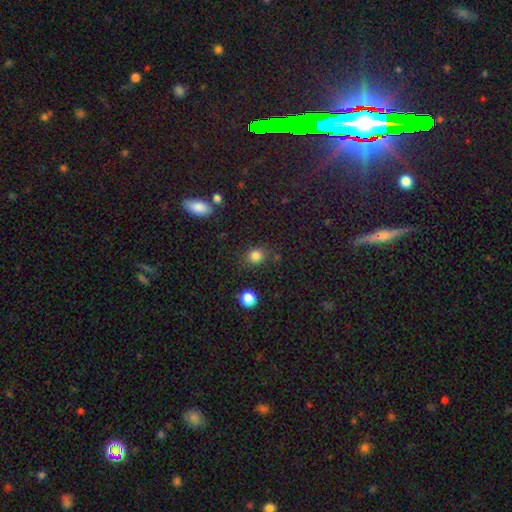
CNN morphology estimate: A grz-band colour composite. It shows a smooth galaxy with no disk features (82%) that is round (68%). Merging: none (80%).